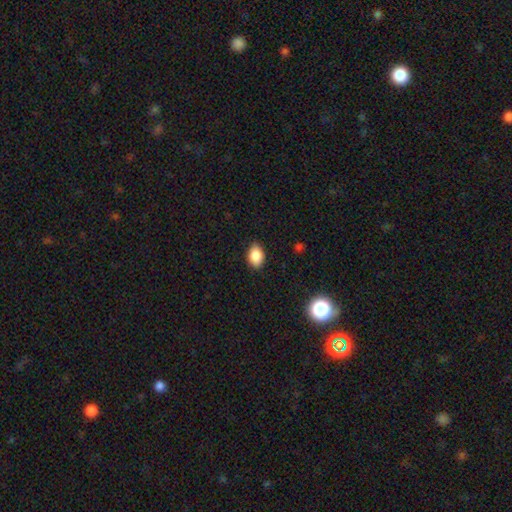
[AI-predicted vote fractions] A smooth galaxy with no disk features (88%) that is in between round and cigar-shaped (84%). Merging: none (86%).